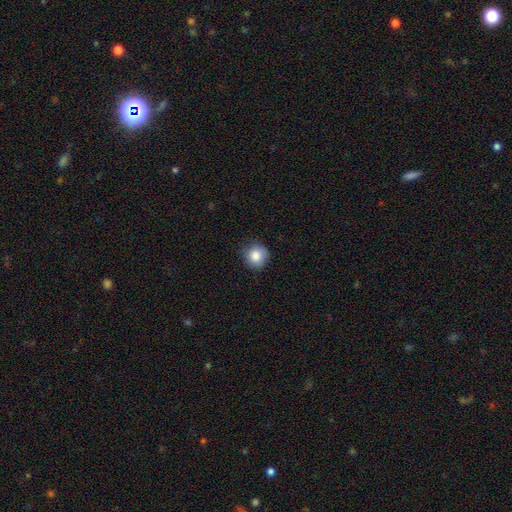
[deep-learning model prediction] Smooth or featured? Predicted: smooth (p=0.85). How rounded? Predicted: round (p=0.92). Merging? Predicted: none (p=0.85).